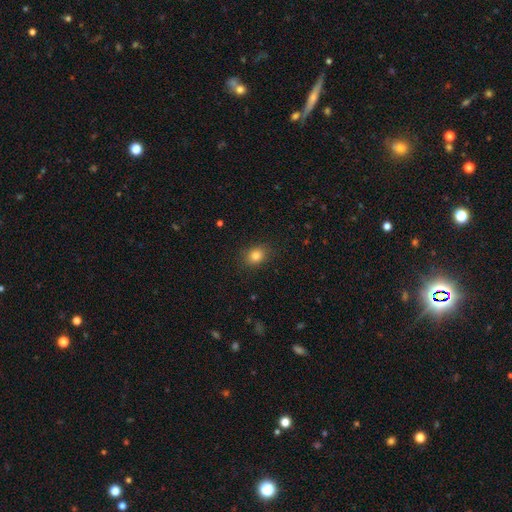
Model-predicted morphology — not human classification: This is clearly a smooth galaxy (83%). How rounded: possibly in between (50%). Merging: clearly none (87%).